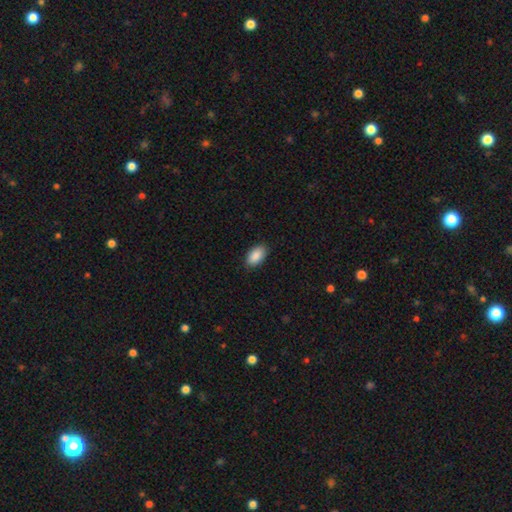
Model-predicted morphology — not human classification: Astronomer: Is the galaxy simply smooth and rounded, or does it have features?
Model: smooth — 90%.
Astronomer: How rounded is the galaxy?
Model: in between — 94%.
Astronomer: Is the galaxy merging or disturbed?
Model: none — 87%.